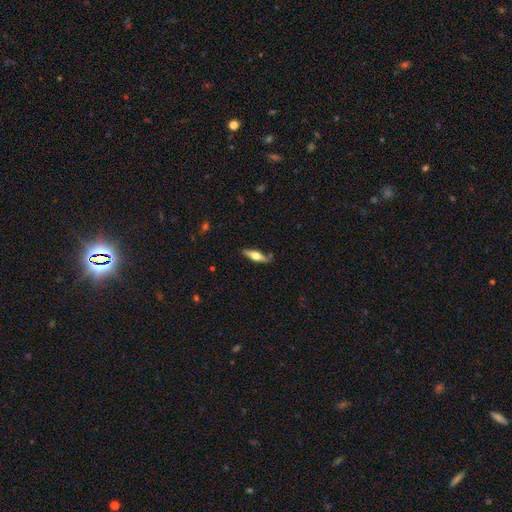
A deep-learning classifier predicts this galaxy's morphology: A smooth galaxy with no disk features (49%).

Vote fractions:
- Smooth or featured? smooth: 49% / featured or disk: 45% / star or artifact: 6%
- Merging? none: 79% / minor disturbance: 16% / major disturbance: 3% / merger: 2%